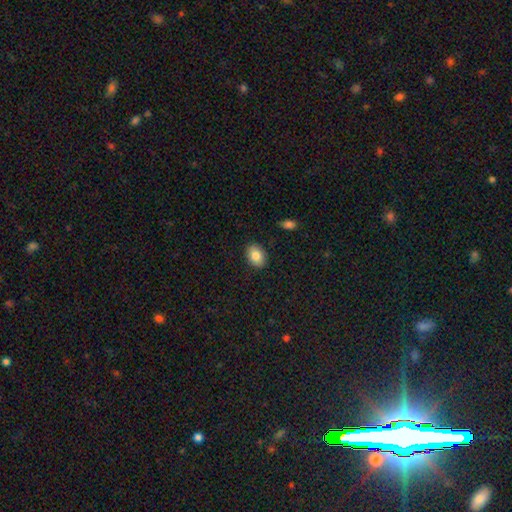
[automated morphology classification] This is clearly a smooth galaxy (83%). How rounded: likely in between (78%). Merging: clearly none (89%).